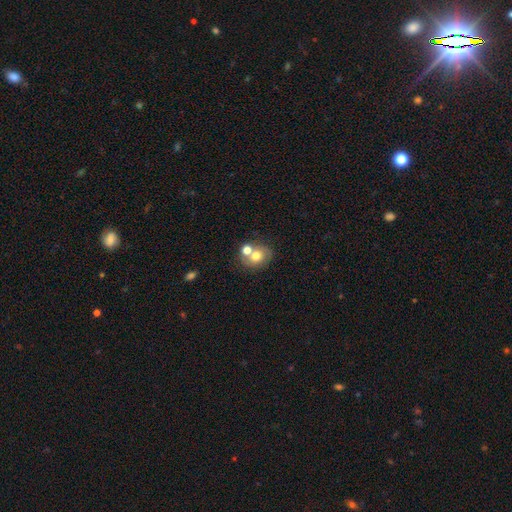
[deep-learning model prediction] A smooth galaxy with no disk features (64%) that is round (63%). Merging: none (44%).